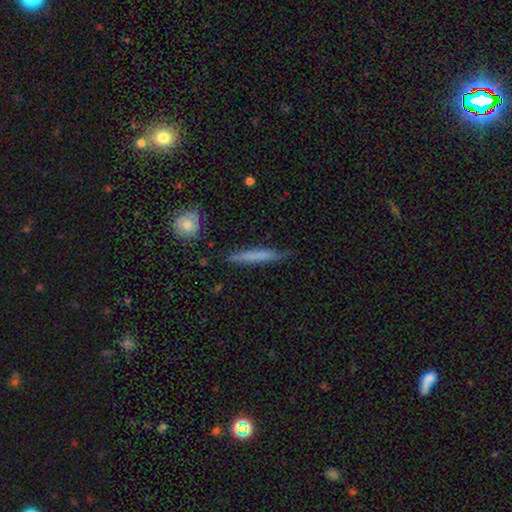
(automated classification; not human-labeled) Q: Smooth or featured?
A: smooth (62%); runner-up: featured or disk (32%)
Q: How rounded?
A: cigar-shaped (95%); runner-up: in between (4%)
Q: Merging?
A: none (81%); runner-up: minor disturbance (15%)